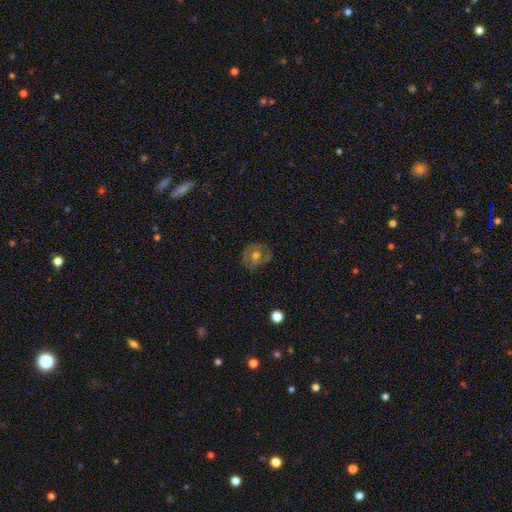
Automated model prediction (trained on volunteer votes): Smooth or featured? Predicted: featured or disk (p=0.50). Edge-on disk? Predicted: no (p=0.95). Merging? Predicted: none (p=0.74).